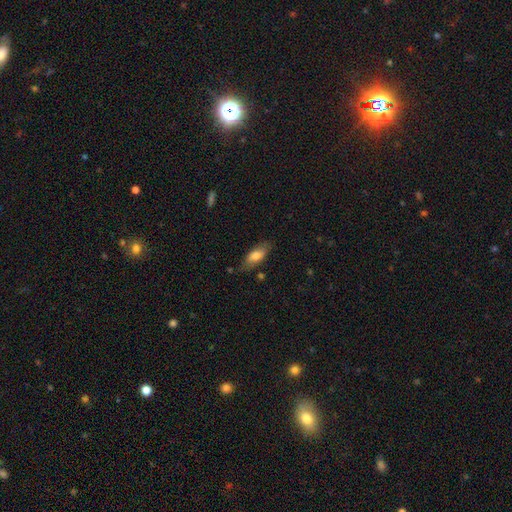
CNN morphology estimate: This is likely a smooth galaxy (73%). How rounded: likely in between (75%). Merging: likely none (74%).